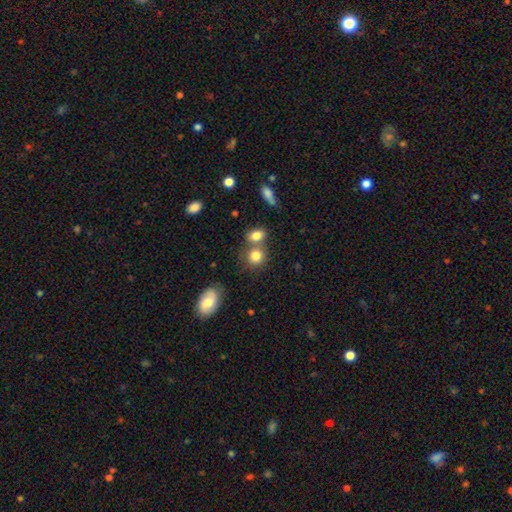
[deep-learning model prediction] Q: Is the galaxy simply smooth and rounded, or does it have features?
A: smooth — 83%.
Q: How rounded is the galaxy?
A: round — 75%.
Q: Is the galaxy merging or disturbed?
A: none — 53%.